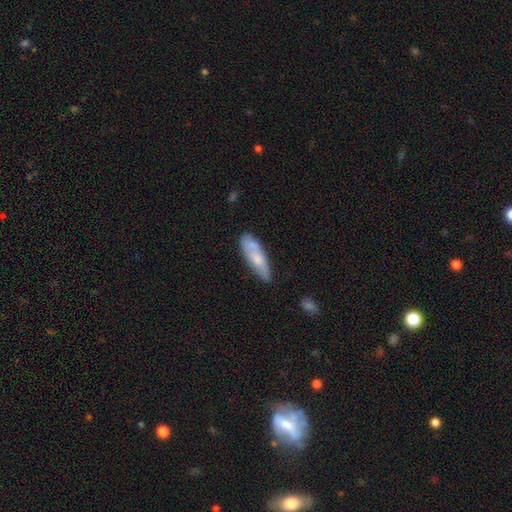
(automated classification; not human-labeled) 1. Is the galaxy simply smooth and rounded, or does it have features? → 60% smooth, 34% featured or disk, 6% star or artifact.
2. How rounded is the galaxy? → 53% cigar-shaped, 45% in between, 2% round.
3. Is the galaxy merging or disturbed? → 62% none, 26% minor disturbance, 6% merger, 6% major disturbance.